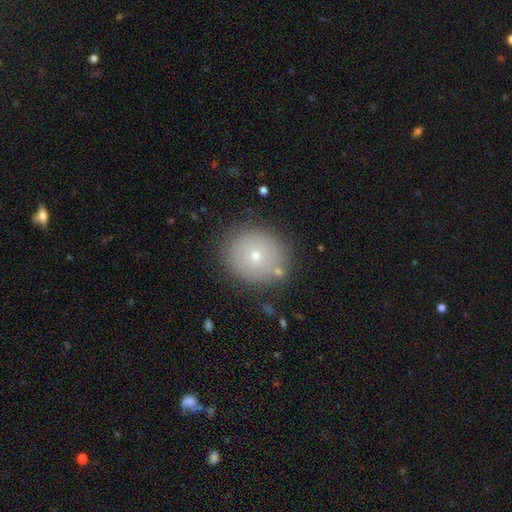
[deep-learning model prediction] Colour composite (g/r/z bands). It shows a smooth galaxy with no disk features (66%) that is round (87%). Merging: none (83%).